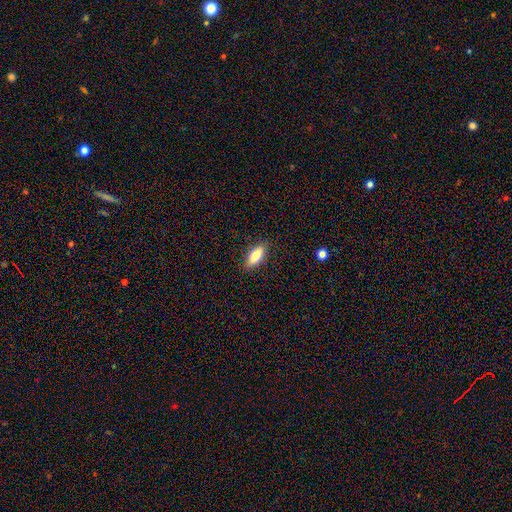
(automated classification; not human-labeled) smooth_or_featured: smooth (p=0.81) [alt: featured or disk p=0.12]
how_rounded: in between (p=0.78) [alt: cigar-shaped p=0.20]
merging: none (p=0.87) [alt: minor disturbance p=0.09]